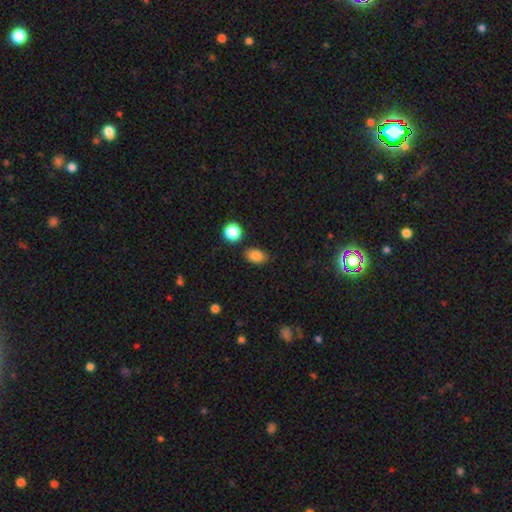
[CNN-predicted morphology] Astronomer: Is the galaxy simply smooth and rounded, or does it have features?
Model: smooth — 84%.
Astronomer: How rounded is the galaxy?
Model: in between — 83%.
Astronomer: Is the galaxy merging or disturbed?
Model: none — 81%.